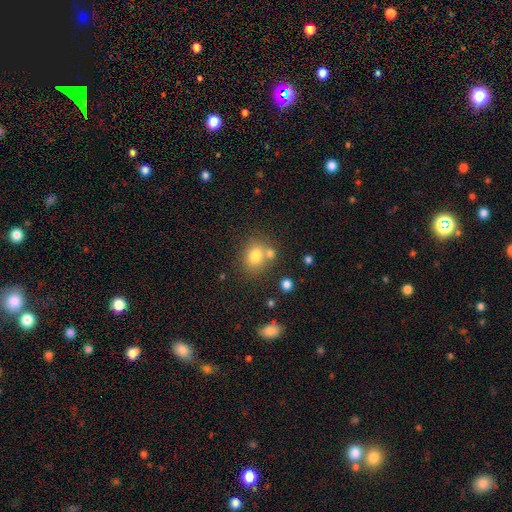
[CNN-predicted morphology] This is likely a smooth galaxy (78%). How rounded: likely round (61%). Merging: possibly none (58%).